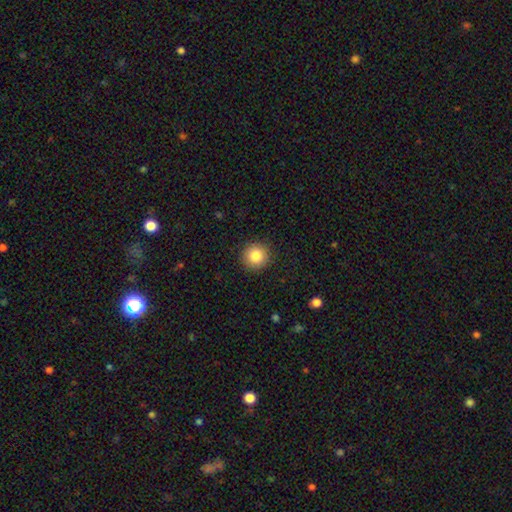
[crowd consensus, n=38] Smooth or featured? smooth (84%)
How rounded? round (100%)
Merging? none (86%)